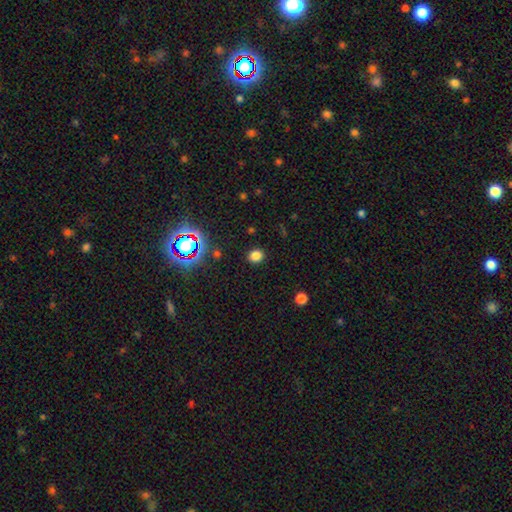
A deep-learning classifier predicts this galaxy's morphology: Smooth or featured? Predicted: smooth (p=0.78). How rounded? Predicted: round (p=0.77). Merging? Predicted: none (p=0.90).